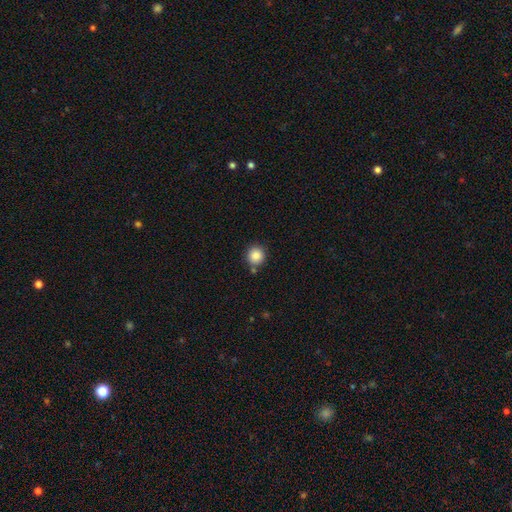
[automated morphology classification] smooth_or_featured: smooth (p=0.86) [alt: star or artifact p=0.09]
how_rounded: round (p=0.93) [alt: in between p=0.06]
merging: none (p=0.78) [alt: minor disturbance p=0.10]